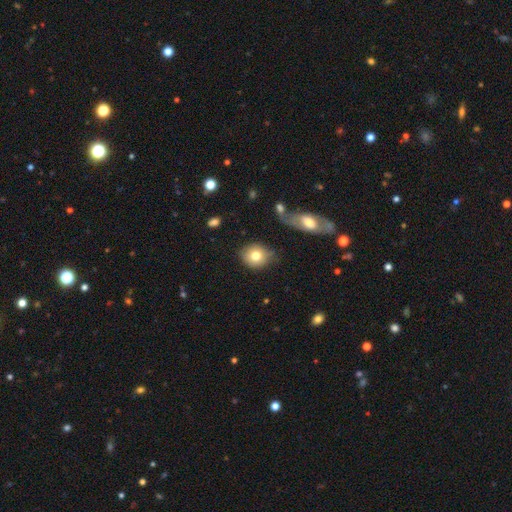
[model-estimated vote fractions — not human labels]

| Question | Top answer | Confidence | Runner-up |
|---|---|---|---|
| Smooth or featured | smooth | 78% | featured or disk (14%) |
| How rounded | round | 76% | in between (22%) |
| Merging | none | 76% | minor disturbance (16%) |